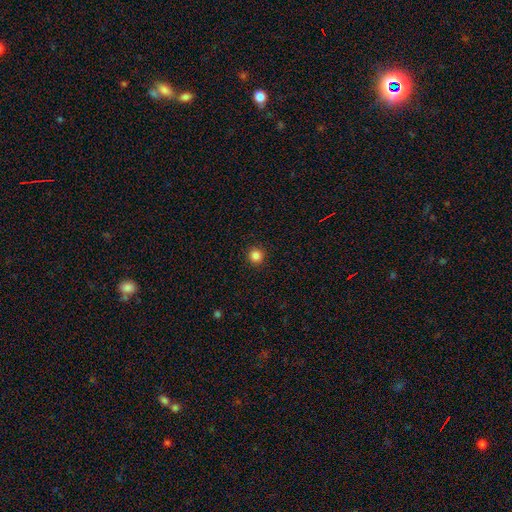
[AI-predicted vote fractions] Q: Smooth or featured?
A: smooth (85%); runner-up: star or artifact (12%)
Q: How rounded?
A: round (96%); runner-up: in between (3%)
Q: Merging?
A: none (93%); runner-up: minor disturbance (4%)